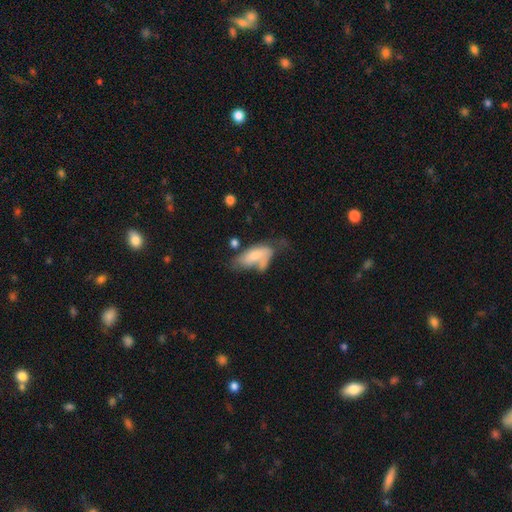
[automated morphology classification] Smooth or featured? Predicted: smooth (p=0.66). How rounded? Predicted: in between (p=0.86). Merging? Predicted: none (p=0.28).